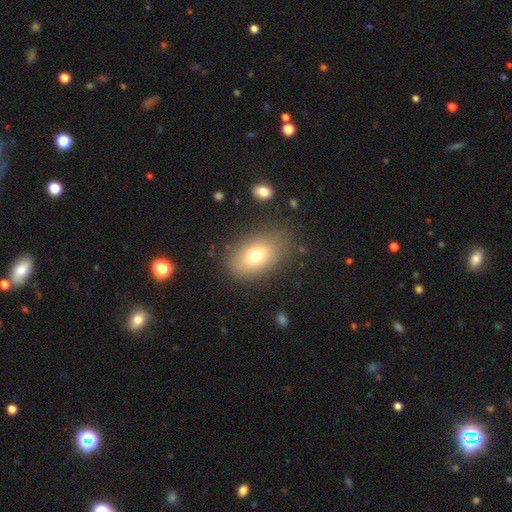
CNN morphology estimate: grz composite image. It shows a smooth galaxy with no disk features (73%) that is in between round and cigar-shaped (88%). Merging: none (79%).